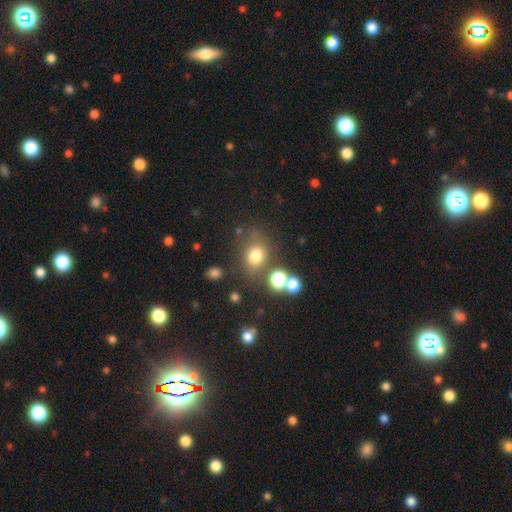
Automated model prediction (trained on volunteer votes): Smooth or featured? smooth (75%)
How rounded? round (58%)
Merging? none (70%)